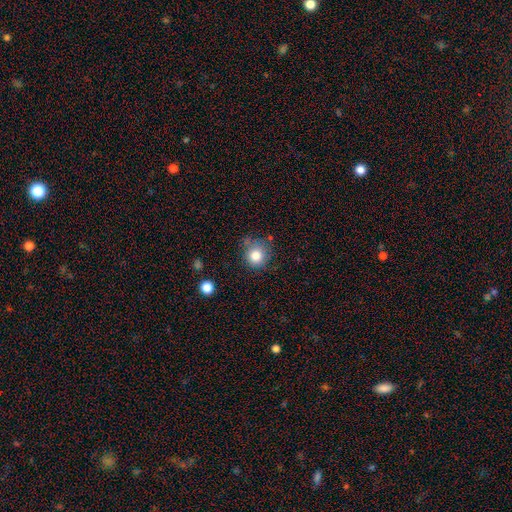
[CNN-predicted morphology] type=smooth (82%); roundness=round (88%); merging=none (70%).